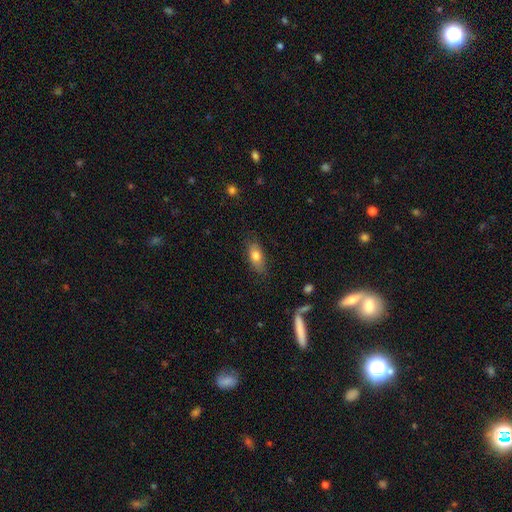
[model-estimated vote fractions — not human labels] This appears to be a smooth galaxy with no disk features (76%) that is in between round and cigar-shaped (84%). Merging: none (78%).